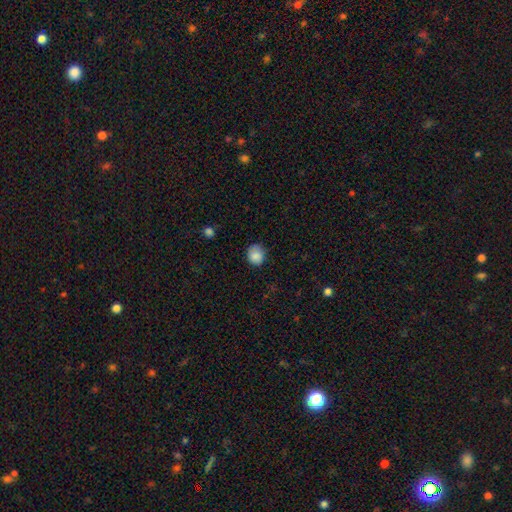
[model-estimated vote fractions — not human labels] A smooth galaxy with no disk features (85%) that is round (74%). Merging: none (70%).